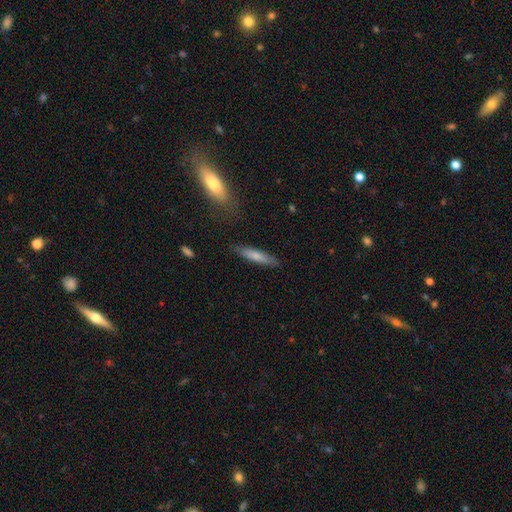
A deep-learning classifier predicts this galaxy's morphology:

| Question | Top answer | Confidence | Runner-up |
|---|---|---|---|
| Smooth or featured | smooth | 72% | featured or disk (22%) |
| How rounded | cigar-shaped | 81% | in between (18%) |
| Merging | none | 84% | minor disturbance (12%) |